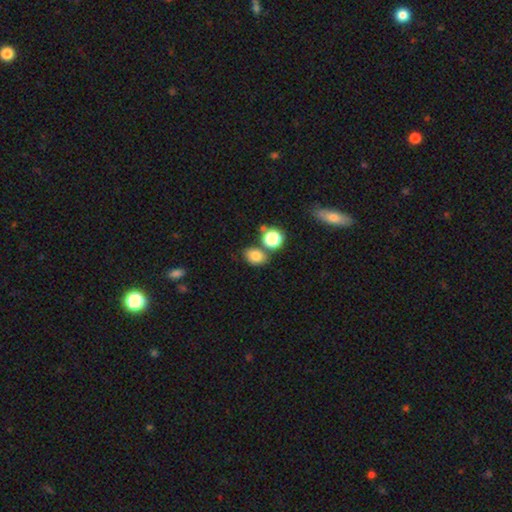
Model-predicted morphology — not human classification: Smooth or featured?
  - smooth: 79% *
  - star or artifact: 13%
  - featured or disk: 8%
How rounded?
  - in between: 62% *
  - round: 37%
  - cigar-shaped: 1%
Merging?
  - none: 66% *
  - merger: 17%
  - minor disturbance: 12%
  - major disturbance: 4%